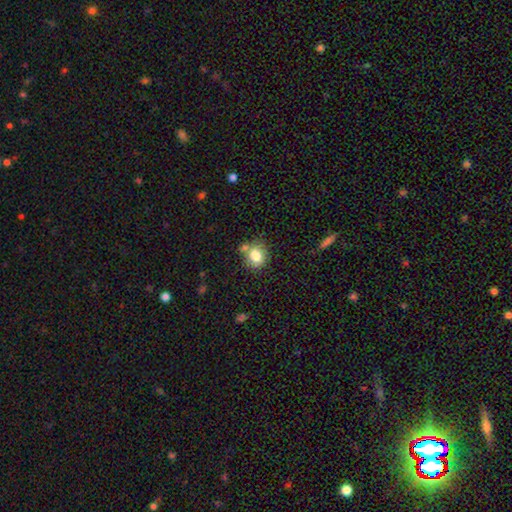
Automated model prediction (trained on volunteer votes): smooth_or_featured: smooth (p=0.79) [alt: featured or disk p=0.11]
how_rounded: round (p=0.67) [alt: in between p=0.32]
merging: none (p=0.63) [alt: merger p=0.17]